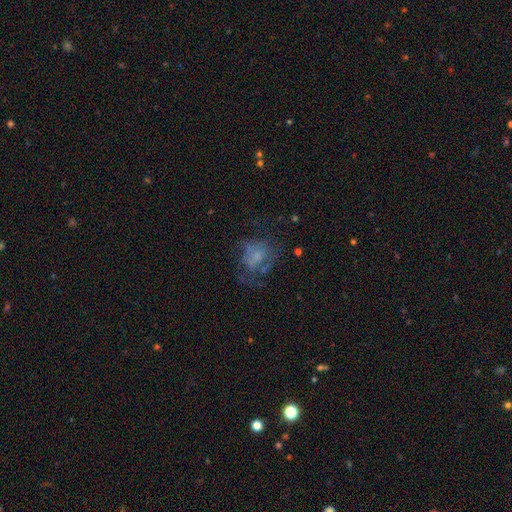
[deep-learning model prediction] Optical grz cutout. It shows a featured or disk galaxy (50%). Merging: none (43%).